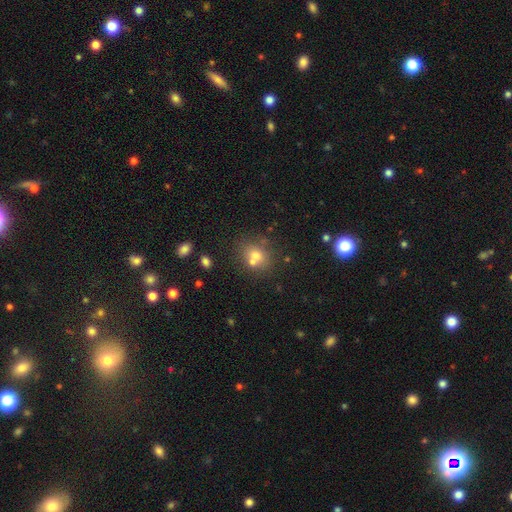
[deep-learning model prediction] Smooth or featured: smooth — 66% (featured or disk — 17%)
How rounded: round — 69% (in between — 30%)
Merging: none — 53% (merger — 31%)